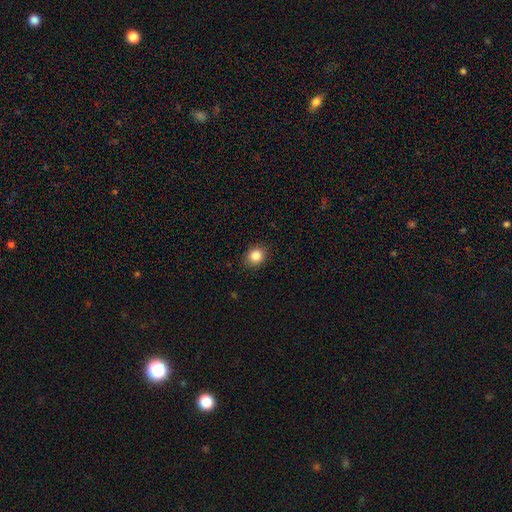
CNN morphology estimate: This is clearly a smooth galaxy (85%). How rounded: likely round (70%). Merging: clearly none (88%).